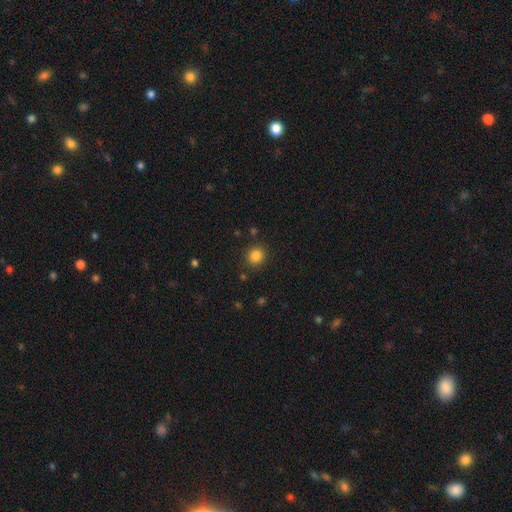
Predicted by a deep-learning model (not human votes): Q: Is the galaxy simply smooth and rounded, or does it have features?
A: smooth — 84%.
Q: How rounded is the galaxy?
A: round — 84%.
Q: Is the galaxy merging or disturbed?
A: none — 87%.